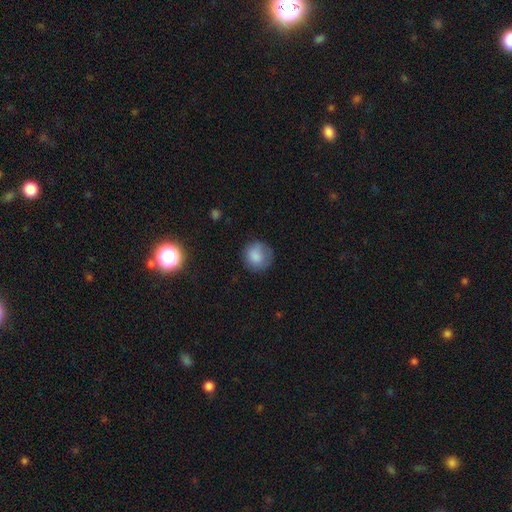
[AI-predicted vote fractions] A smooth galaxy with no disk features (83%) that is round (89%).

Vote fractions:
- Smooth or featured? smooth: 83% / star or artifact: 9% / featured or disk: 8%
- How rounded? round: 89% / in between: 10% / cigar-shaped: 1%
- Merging? none: 73% / minor disturbance: 19% / major disturbance: 7% / merger: 1%